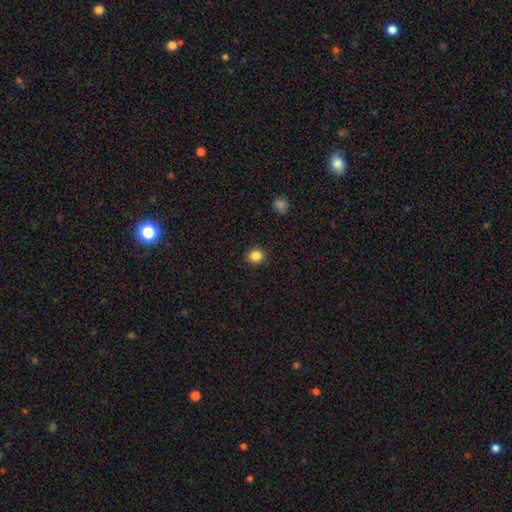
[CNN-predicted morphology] Overall: smooth (86%). How rounded: round (80%). Merging: none (90%).